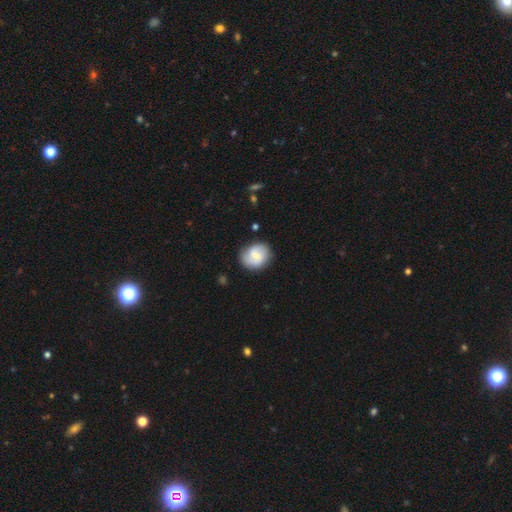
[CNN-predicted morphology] featured or disk 51%, smooth 42%, star or artifact 7%. Down the decision tree: edge-on disk — no (98%); merging — none (79%).